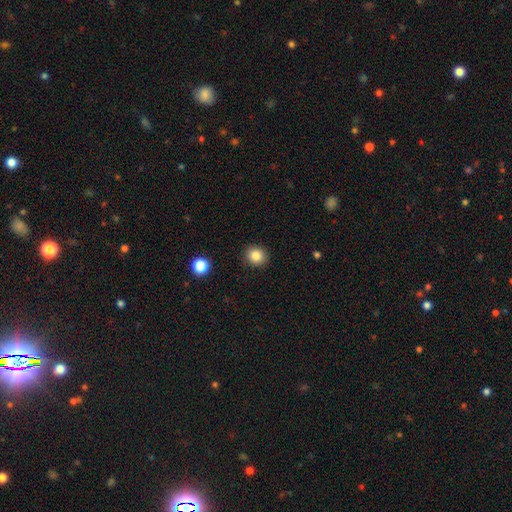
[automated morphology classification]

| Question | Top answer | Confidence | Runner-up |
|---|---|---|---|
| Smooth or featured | smooth | 84% | star or artifact (10%) |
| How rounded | round | 84% | in between (15%) |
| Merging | none | 91% | minor disturbance (6%) |